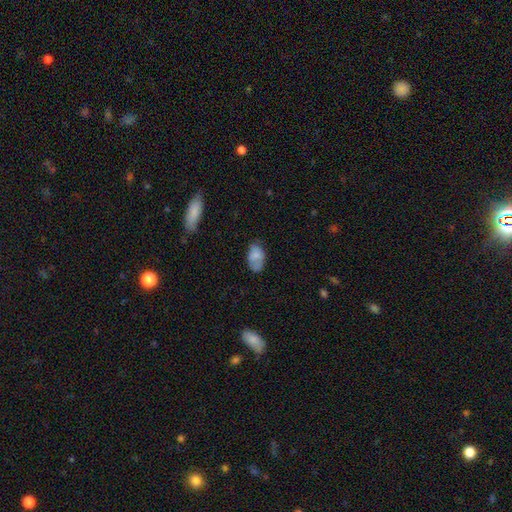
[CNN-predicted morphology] Smooth or featured?
  - smooth: 76% *
  - featured or disk: 16%
  - star or artifact: 8%
How rounded?
  - in between: 91% *
  - round: 7%
  - cigar-shaped: 2%
Merging?
  - none: 55% *
  - minor disturbance: 30%
  - major disturbance: 11%
  - merger: 4%